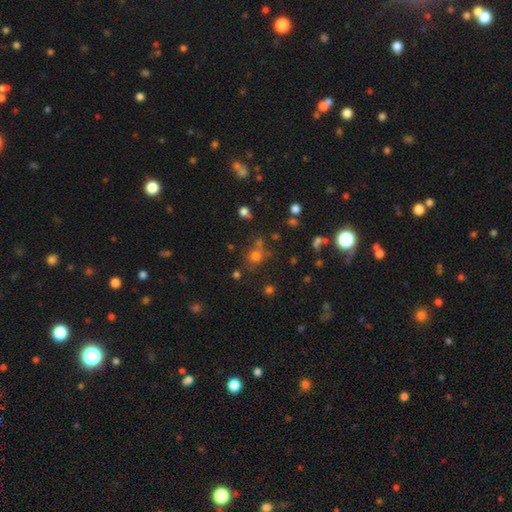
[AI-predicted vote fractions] Q: Smooth or featured?
A: smooth (65%); runner-up: star or artifact (26%)
Q: How rounded?
A: round (85%); runner-up: in between (14%)
Q: Merging?
A: none (66%); runner-up: merger (16%)